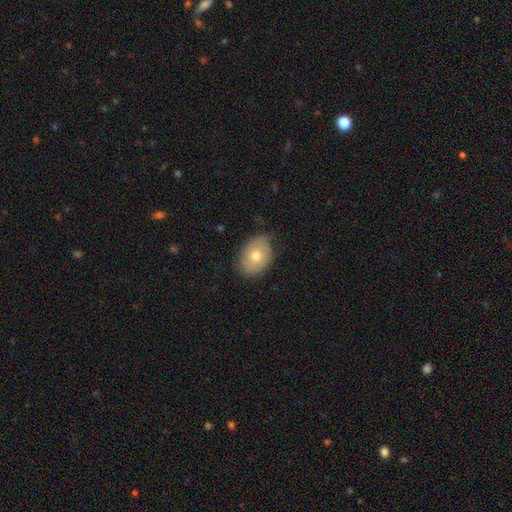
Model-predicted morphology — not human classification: This appears to be a smooth galaxy with no disk features (70%) that is in between round and cigar-shaped (77%). Merging: none (72%).